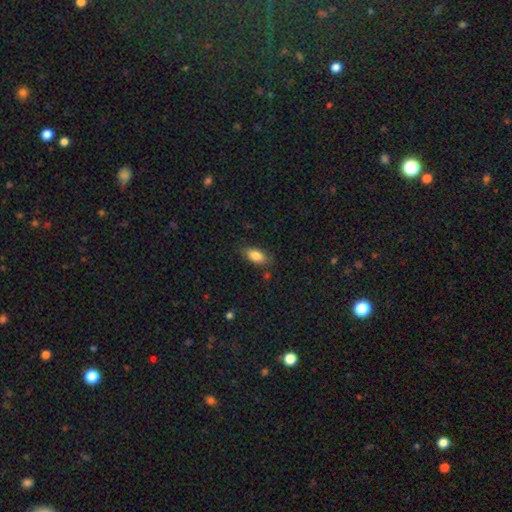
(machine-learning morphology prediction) Smooth or featured: smooth — 85% (star or artifact — 8%)
How rounded: in between — 89% (cigar-shaped — 7%)
Merging: none — 80% (minor disturbance — 15%)